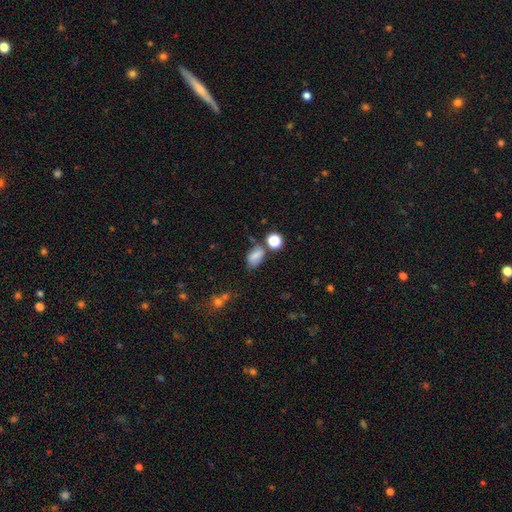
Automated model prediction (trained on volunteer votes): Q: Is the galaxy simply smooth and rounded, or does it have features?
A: smooth — 76%.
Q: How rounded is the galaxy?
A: in between — 83%.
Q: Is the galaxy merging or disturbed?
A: none — 55%.